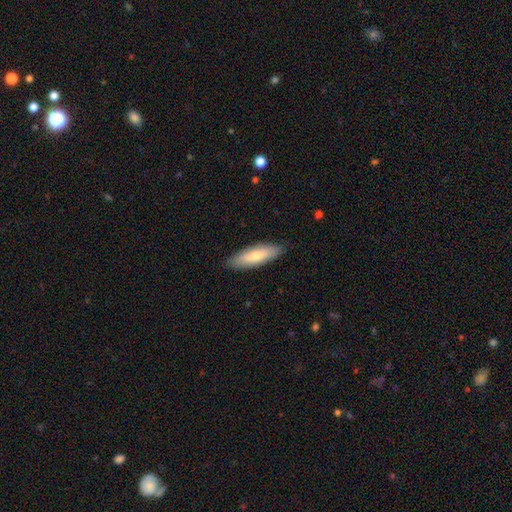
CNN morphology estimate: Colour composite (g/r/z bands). It shows a smooth galaxy with no disk features (73%) that is cigar-shaped (49%, tied with in between). Merging: none (87%).